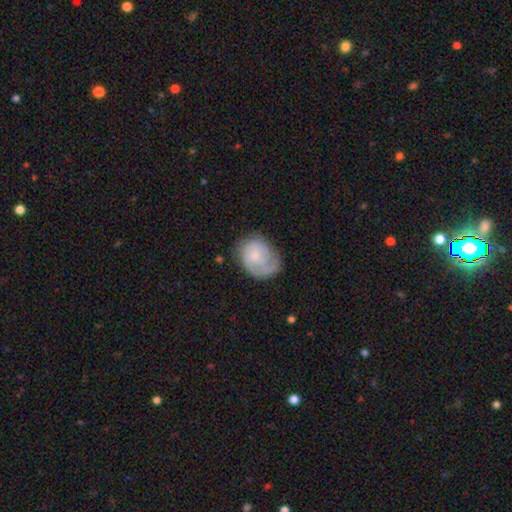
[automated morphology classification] This appears to be a featured or disk galaxy (54%) with no bar (73%), spiral arms (79%) and a small central bulge (58%). Merging: none (53%).